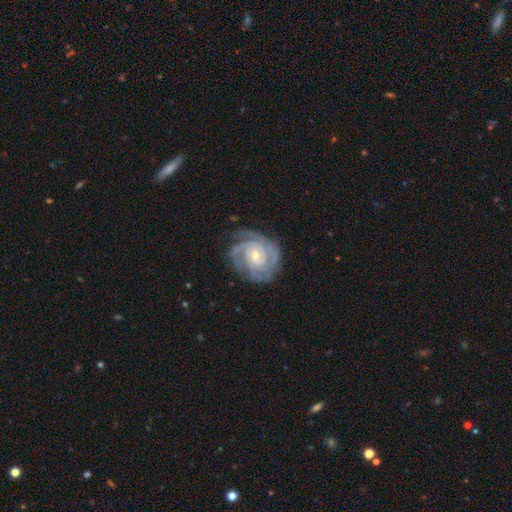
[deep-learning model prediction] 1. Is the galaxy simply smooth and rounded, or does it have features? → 90% featured or disk, 5% smooth, 5% star or artifact.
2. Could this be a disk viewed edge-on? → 98% no, 2% yes.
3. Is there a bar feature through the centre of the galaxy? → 59% no, 32% weak, 8% strong.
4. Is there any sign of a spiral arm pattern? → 98% yes, 2% no.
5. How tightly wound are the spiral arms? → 75% tight, 21% medium, 3% loose.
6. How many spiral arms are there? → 30% 3, 21% can't tell, 20% 2, 17% 4, 6% more than 4, 6% 1.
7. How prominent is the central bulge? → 55% small, 42% moderate, 2% large, 1% none, 1% dominant.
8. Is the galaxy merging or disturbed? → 74% none, 18% minor disturbance, 7% major disturbance, 1% merger.